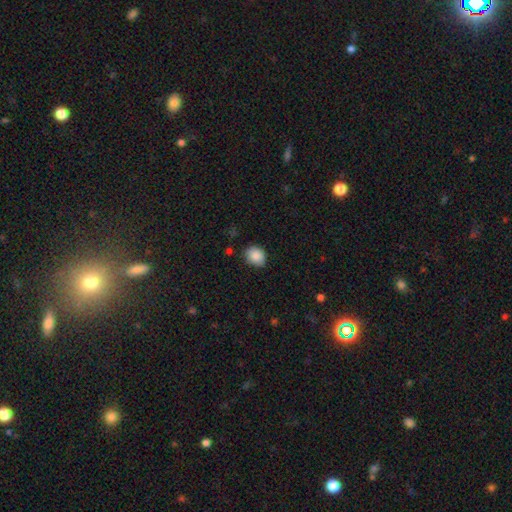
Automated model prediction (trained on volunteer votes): The model was most divided on "how rounded": round: 63%, in between: 37%, cigar-shaped: 1%. More confident: smooth or featured — smooth (88%); merging — none (80%).